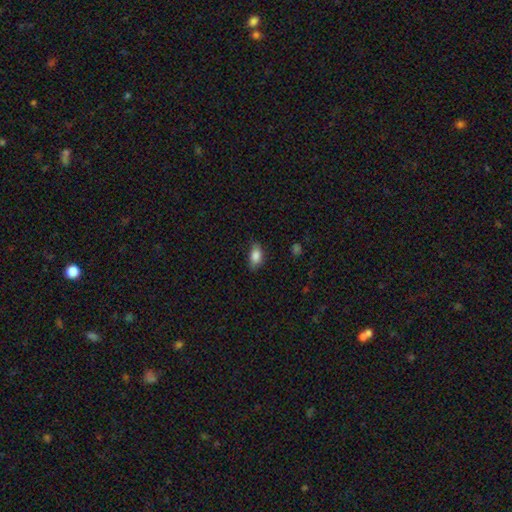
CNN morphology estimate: Smooth or featured?
  - smooth: 86% *
  - star or artifact: 8%
  - featured or disk: 6%
How rounded?
  - in between: 89% *
  - round: 7%
  - cigar-shaped: 4%
Merging?
  - none: 74% *
  - minor disturbance: 21%
  - major disturbance: 4%
  - merger: 1%